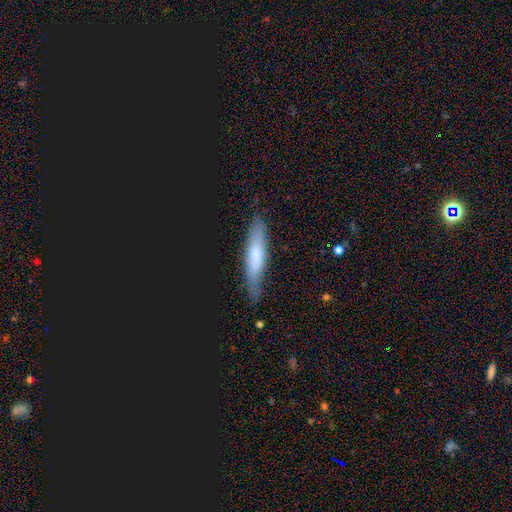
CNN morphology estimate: Q: Smooth or featured?
A: smooth (58%); runner-up: featured or disk (32%)
Q: How rounded?
A: cigar-shaped (76%); runner-up: in between (22%)
Q: Merging?
A: none (78%); runner-up: minor disturbance (17%)